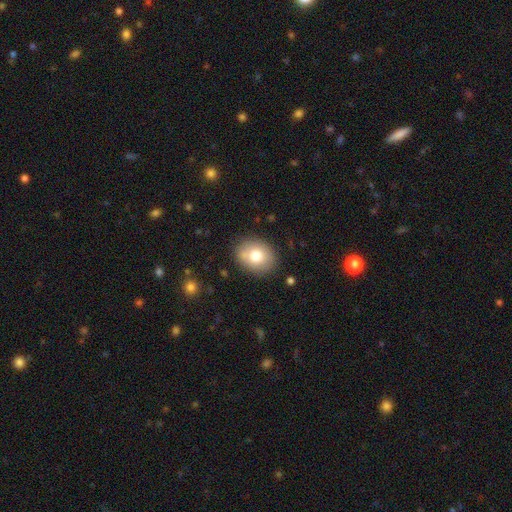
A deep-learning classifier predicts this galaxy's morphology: Smooth or featured?
  - smooth: 76% *
  - featured or disk: 15%
  - star or artifact: 9%
How rounded?
  - round: 55% *
  - in between: 44%
  - cigar-shaped: 1%
Merging?
  - none: 80% *
  - minor disturbance: 13%
  - merger: 3%
  - major disturbance: 3%